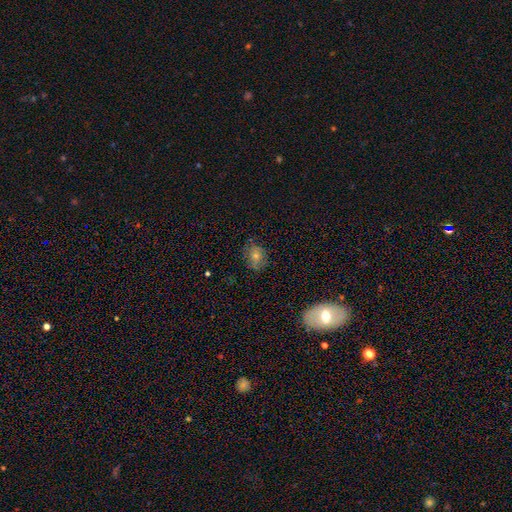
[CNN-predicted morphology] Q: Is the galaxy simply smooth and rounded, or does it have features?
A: smooth — 48%.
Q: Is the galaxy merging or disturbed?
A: none — 76%.